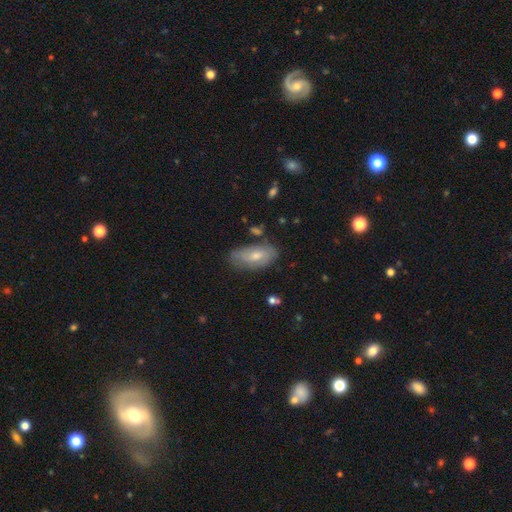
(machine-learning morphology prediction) smooth-or-featured: smooth: 51% | featured or disk: 42% | star or artifact: 7%
  how-rounded: in between: 89% | cigar-shaped: 7% | round: 3%
  merging: none: 67% | minor disturbance: 24% | major disturbance: 6% | merger: 3%